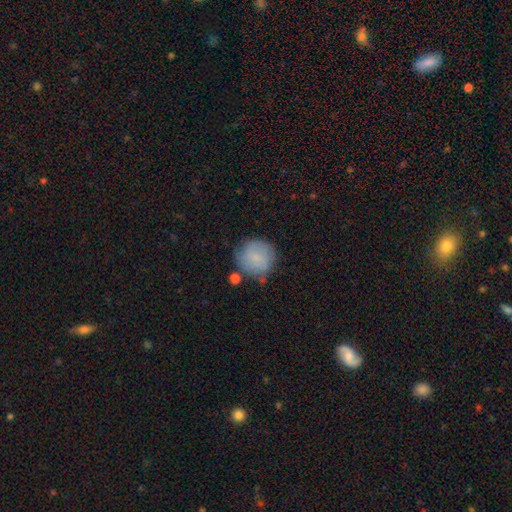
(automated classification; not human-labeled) smooth_or_featured: smooth (p=0.79) [alt: featured or disk p=0.13]
how_rounded: round (p=0.90) [alt: in between p=0.09]
merging: none (p=0.65) [alt: minor disturbance p=0.23]